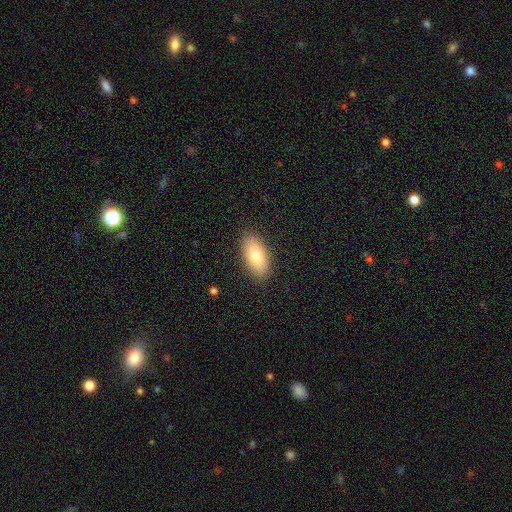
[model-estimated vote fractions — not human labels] This is likely a smooth galaxy (78%). How rounded: clearly in between (90%). Merging: clearly none (88%).